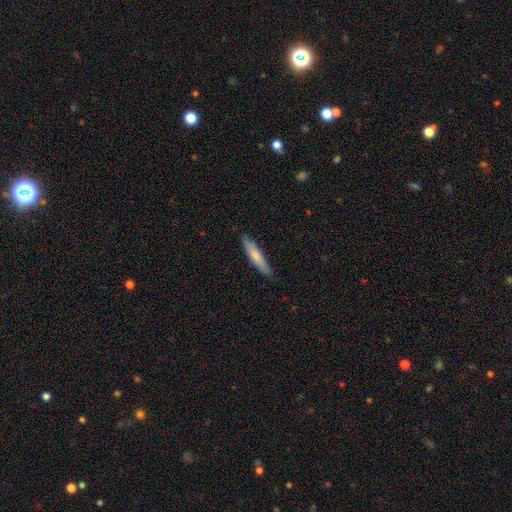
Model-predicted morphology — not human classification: smooth_or_featured: smooth (p=0.69) [alt: featured or disk p=0.26]
how_rounded: cigar-shaped (p=0.88) [alt: in between p=0.10]
merging: none (p=0.87) [alt: minor disturbance p=0.11]